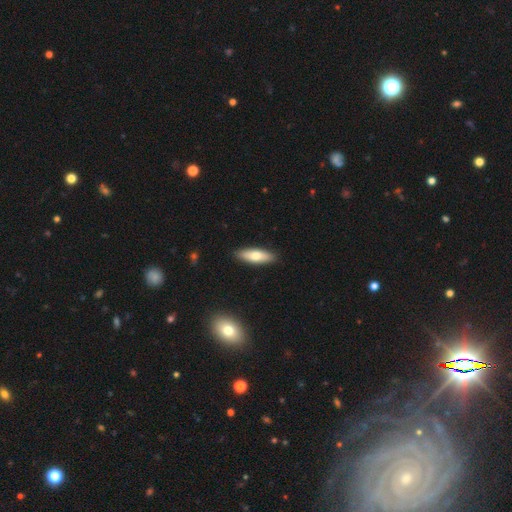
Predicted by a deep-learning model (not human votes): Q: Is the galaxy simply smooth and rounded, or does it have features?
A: smooth — 68%.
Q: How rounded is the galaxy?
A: in between — 53%.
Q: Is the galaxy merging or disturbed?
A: none — 90%.